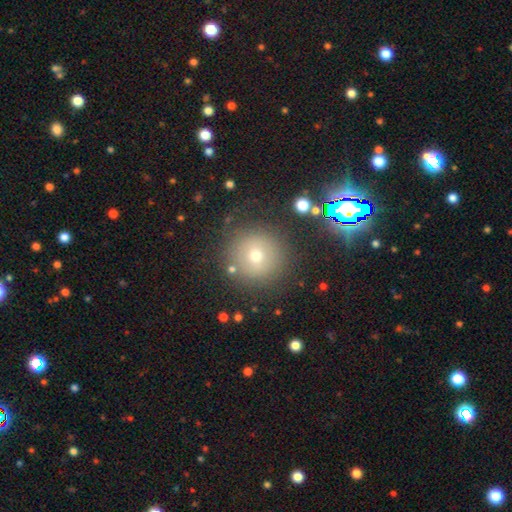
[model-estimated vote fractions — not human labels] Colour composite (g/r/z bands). It shows a smooth galaxy with no disk features (65%) that is round (95%). Merging: none (82%).